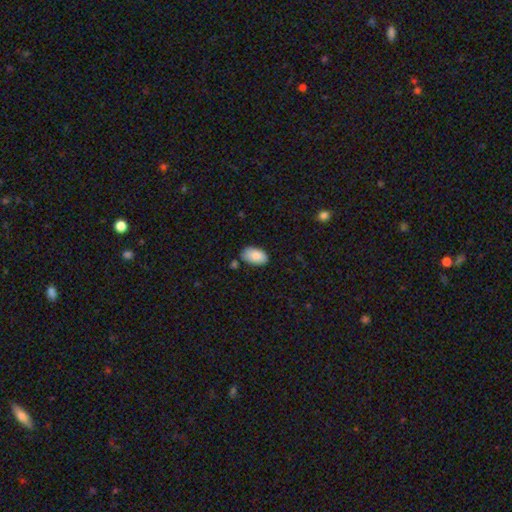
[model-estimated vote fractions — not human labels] Smooth or featured? Predicted: smooth (p=0.88). How rounded? Predicted: in between (p=0.95). Merging? Predicted: none (p=0.77).